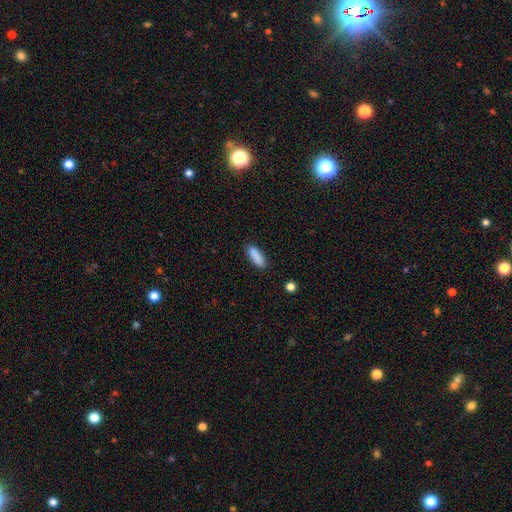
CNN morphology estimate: Smooth or featured? smooth (88%)
How rounded? in between (53%)
Merging? none (85%)